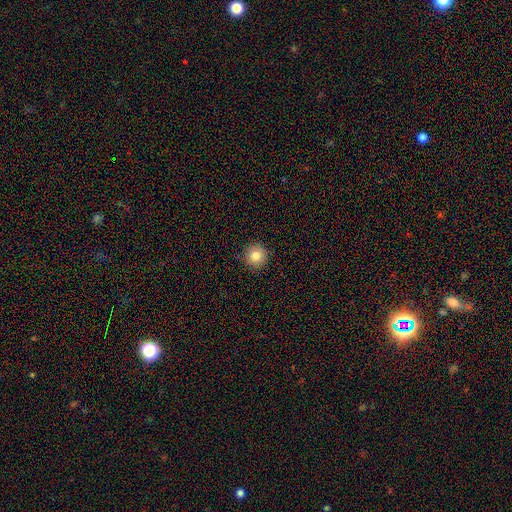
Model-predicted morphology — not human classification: Smooth or featured?
  - smooth: 82% *
  - star or artifact: 10%
  - featured or disk: 7%
How rounded?
  - round: 95% *
  - in between: 4%
  - cigar-shaped: 1%
Merging?
  - none: 92% *
  - minor disturbance: 5%
  - major disturbance: 2%
  - merger: 1%